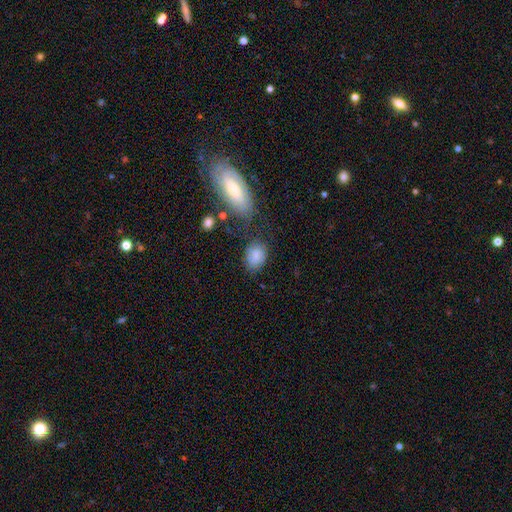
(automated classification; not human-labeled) Smooth or featured?
  - smooth: 83% *
  - star or artifact: 9%
  - featured or disk: 8%
How rounded?
  - in between: 65% *
  - round: 33%
  - cigar-shaped: 1%
Merging?
  - none: 66% *
  - minor disturbance: 19%
  - merger: 8%
  - major disturbance: 7%